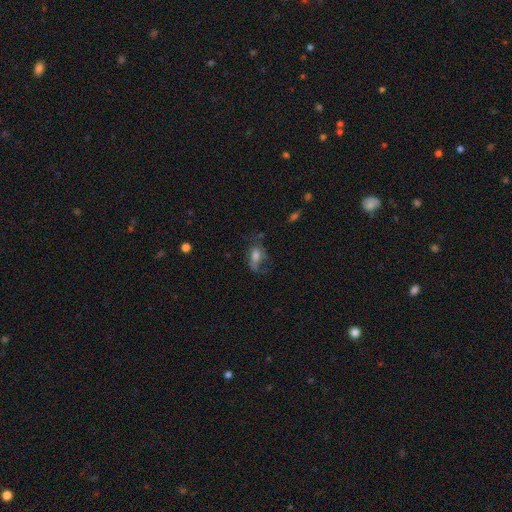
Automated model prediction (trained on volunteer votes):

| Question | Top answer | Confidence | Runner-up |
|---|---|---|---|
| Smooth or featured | smooth | 47% | featured or disk (43%) |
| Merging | none | 37% | major disturbance (36%) |